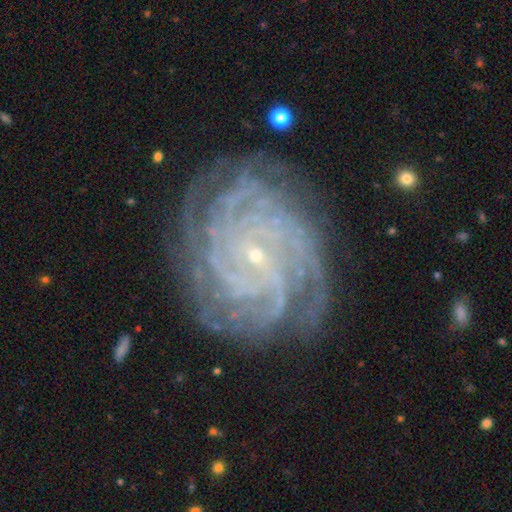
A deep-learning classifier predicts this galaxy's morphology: Smooth or featured? featured or disk (90%)
Edge-on disk? no (97%)
Bar? no (66%)
Spiral arms? yes (98%)
Spiral winding? tight (82%)
Spiral arm count? more than 4 (30%)
Bulge size? small (89%)
Merging? none (80%)